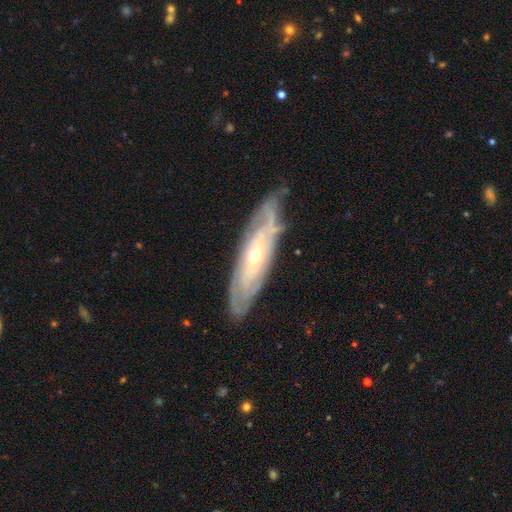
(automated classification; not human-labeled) Overall: featured or disk (81%). Edge-on disk: no (73%). Bar: no (65%). Spiral arms: yes (87%). Spiral arm count: can't tell (59%). Spiral winding: tight (73%). Bulge size: small (51%; moderate 45%). Merging: none (76%).